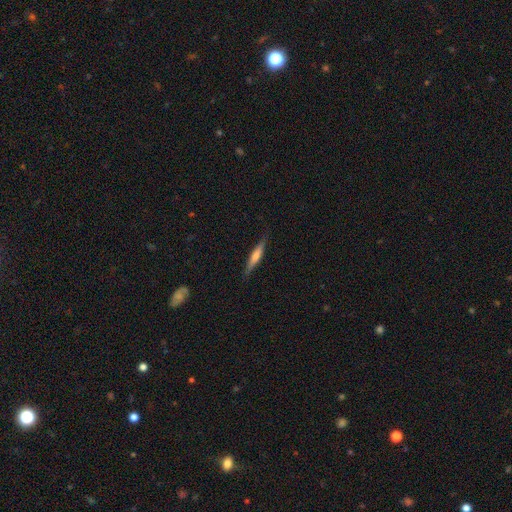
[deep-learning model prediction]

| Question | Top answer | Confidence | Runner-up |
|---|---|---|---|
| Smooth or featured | smooth | 50% | featured or disk (44%) |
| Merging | none | 85% | minor disturbance (12%) |